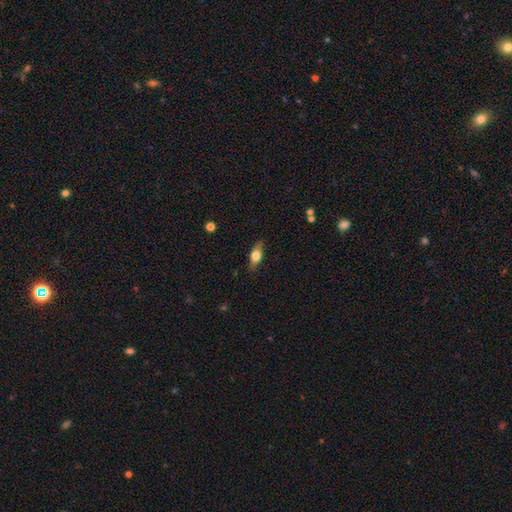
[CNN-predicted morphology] A smooth galaxy with no disk features (52%) that is in between round and cigar-shaped (64%).

Vote fractions:
- Smooth or featured? smooth: 52% / featured or disk: 41% / star or artifact: 7%
- How rounded? in between: 64% / cigar-shaped: 31% / round: 6%
- Merging? none: 85% / minor disturbance: 12% / major disturbance: 2% / merger: 1%